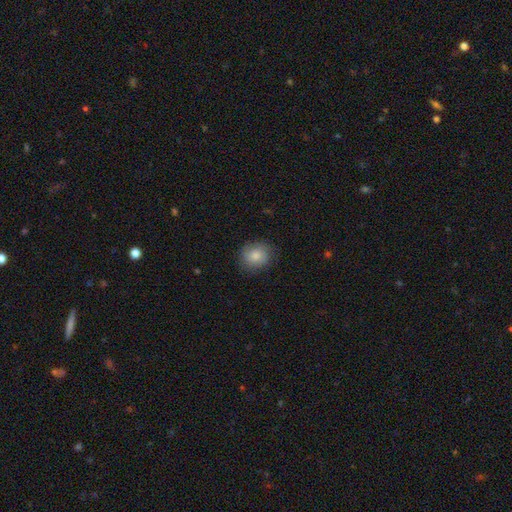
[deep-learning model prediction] smooth_or_featured: smooth (p=0.83) [alt: featured or disk p=0.09]
how_rounded: round (p=0.74) [alt: in between p=0.25]
merging: none (p=0.82) [alt: minor disturbance p=0.14]